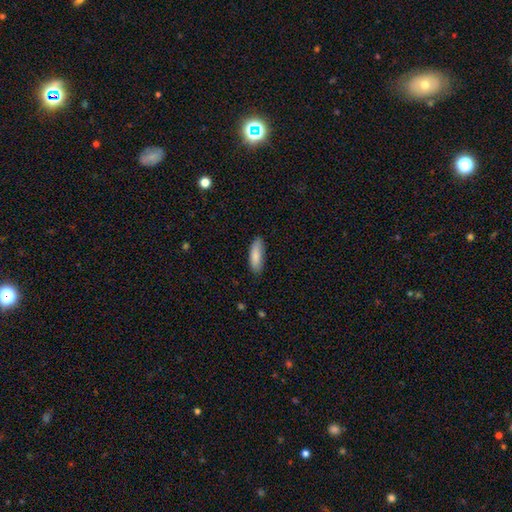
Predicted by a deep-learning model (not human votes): A smooth galaxy with no disk features (86%) that is in between round and cigar-shaped (59%). Merging: none (84%).